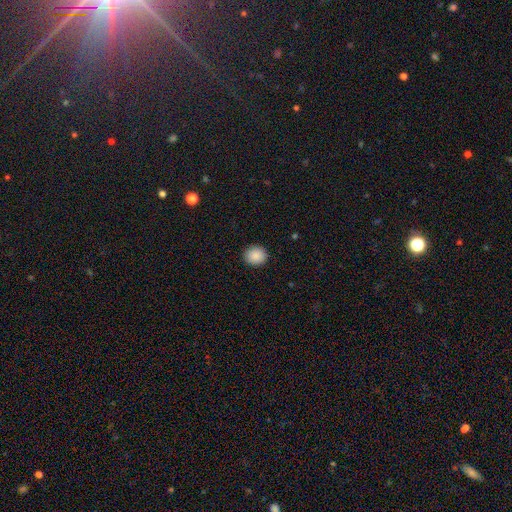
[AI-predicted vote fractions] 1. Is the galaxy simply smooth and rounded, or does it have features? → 89% smooth, 8% star or artifact, 3% featured or disk.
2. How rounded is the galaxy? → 78% round, 22% in between, 1% cigar-shaped.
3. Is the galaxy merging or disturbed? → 91% none, 6% minor disturbance, 2% major disturbance, 1% merger.